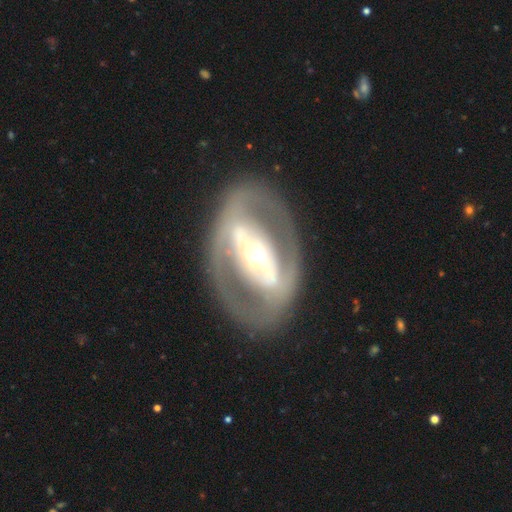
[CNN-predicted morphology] Q: Smooth or featured?
A: featured or disk (80%); runner-up: smooth (15%)
Q: Edge-on disk?
A: no (92%); runner-up: yes (8%)
Q: Bar?
A: strong (60%); runner-up: no (20%)
Q: Spiral arms?
A: no (56%); runner-up: yes (44%)
Q: Bulge size?
A: moderate (60%); runner-up: small (21%)
Q: Merging?
A: none (77%); runner-up: minor disturbance (12%)